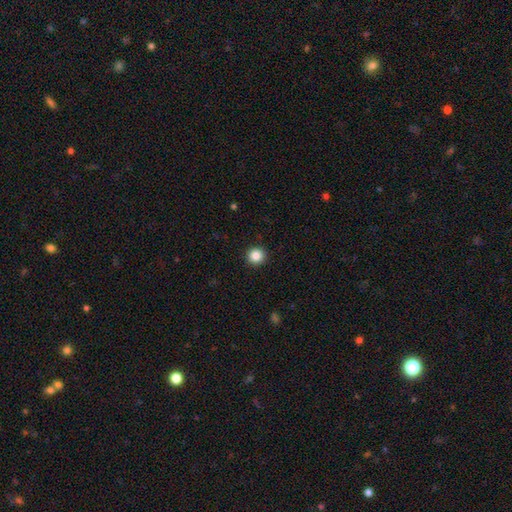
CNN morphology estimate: The model was most divided on "smooth or featured": smooth: 86%, star or artifact: 10%, featured or disk: 4%. More confident: how rounded — round (95%); merging — none (93%).